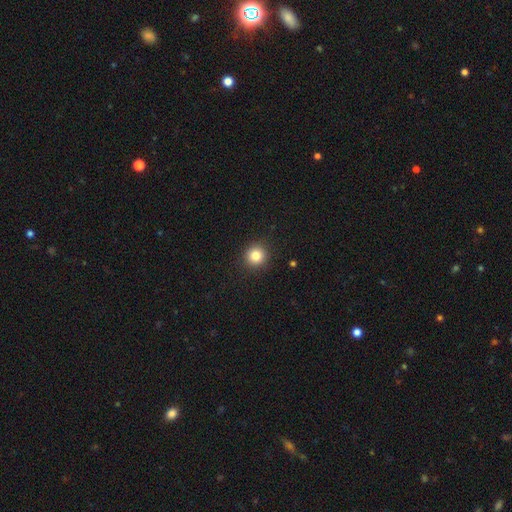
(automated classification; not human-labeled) Q: Smooth or featured?
A: smooth (82%); runner-up: star or artifact (12%)
Q: How rounded?
A: round (93%); runner-up: in between (6%)
Q: Merging?
A: none (91%); runner-up: minor disturbance (6%)